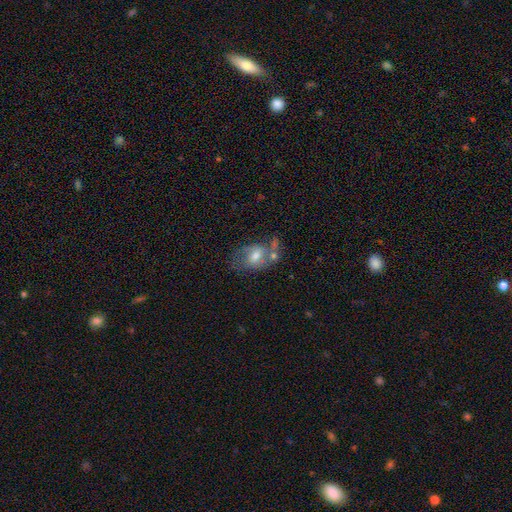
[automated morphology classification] Overall: featured or disk (52%; smooth 39%). Edge-on disk: no (95%). Merging: none (39%; merger 25%).